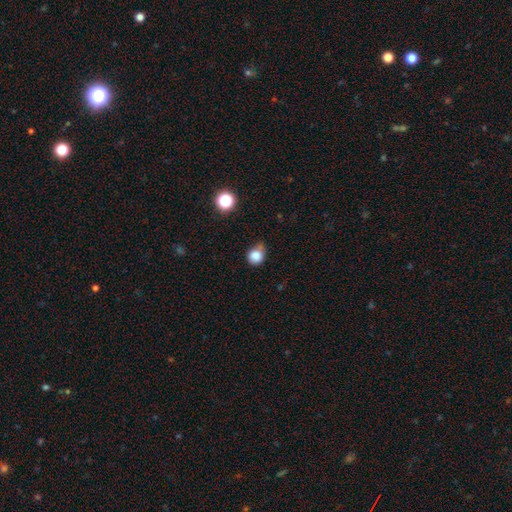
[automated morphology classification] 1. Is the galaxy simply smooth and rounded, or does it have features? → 84% smooth, 11% star or artifact, 5% featured or disk.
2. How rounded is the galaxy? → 77% round, 22% in between, 1% cigar-shaped.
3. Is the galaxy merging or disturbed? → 50% none, 35% minor disturbance, 9% major disturbance, 6% merger.